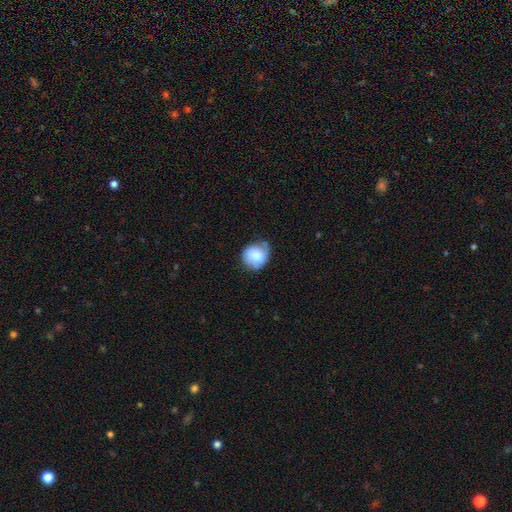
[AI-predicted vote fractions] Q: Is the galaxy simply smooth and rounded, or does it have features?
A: smooth — 75%.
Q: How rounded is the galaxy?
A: round — 76%.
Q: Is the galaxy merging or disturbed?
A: none — 52%.